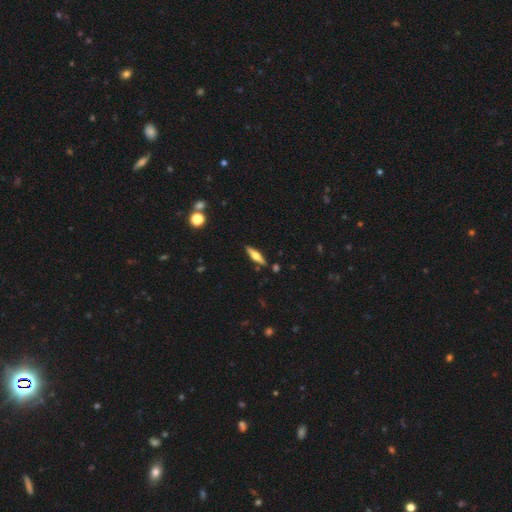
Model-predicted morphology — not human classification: Overall: featured or disk (55%; smooth 38%). Edge-on disk: yes (95%). Edge-on bulge: rounded (91%). Merging: none (87%).